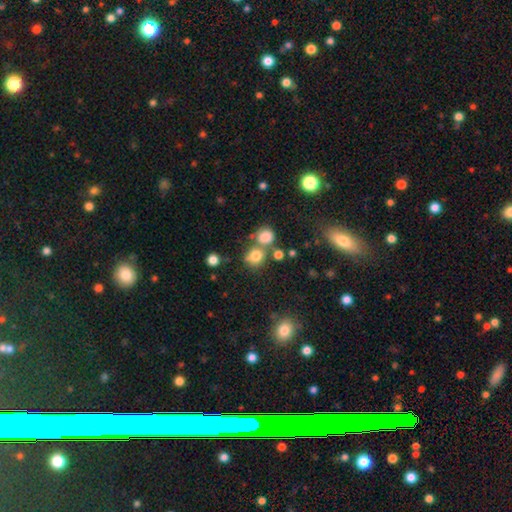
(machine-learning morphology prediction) type=smooth (77%); roundness=round (82%); merging=none (57%).